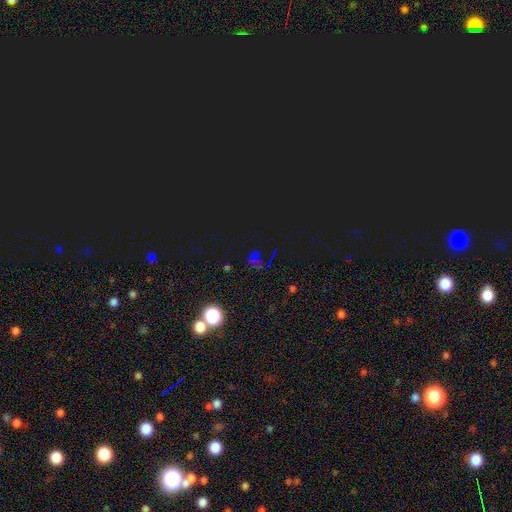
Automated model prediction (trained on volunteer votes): This is likely a star or artifact rather than a galaxy (70%).